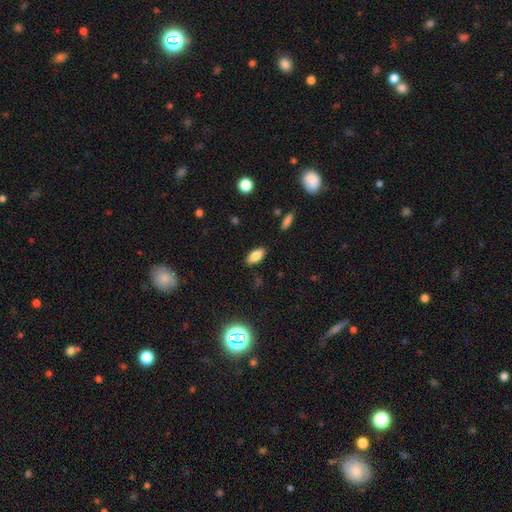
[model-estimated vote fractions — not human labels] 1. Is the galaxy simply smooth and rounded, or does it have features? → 83% smooth, 9% featured or disk, 8% star or artifact.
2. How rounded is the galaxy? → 88% in between, 9% cigar-shaped, 3% round.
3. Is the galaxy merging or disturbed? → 86% none, 10% minor disturbance, 2% major disturbance, 1% merger.